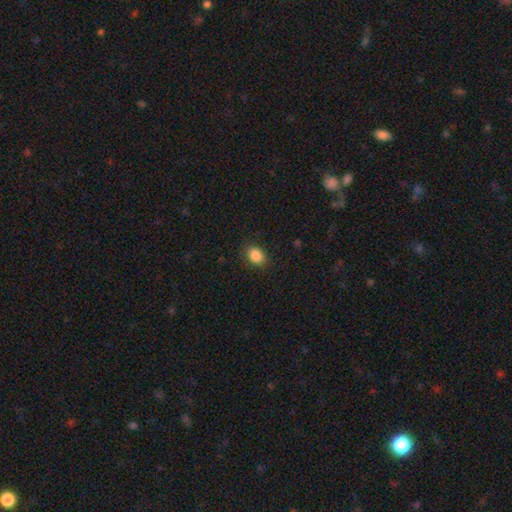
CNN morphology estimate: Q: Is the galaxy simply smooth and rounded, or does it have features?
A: smooth — 87%.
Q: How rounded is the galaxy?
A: in between — 70%.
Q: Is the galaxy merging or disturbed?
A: none — 85%.